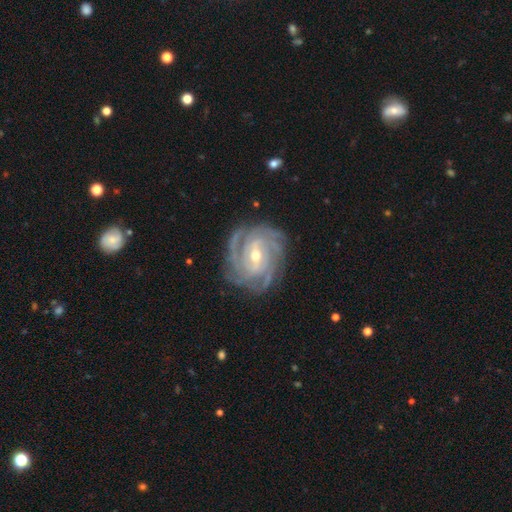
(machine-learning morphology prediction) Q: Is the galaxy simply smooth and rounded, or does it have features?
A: featured or disk — 91%.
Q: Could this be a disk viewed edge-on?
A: no — 97%.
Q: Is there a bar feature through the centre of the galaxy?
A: weak — 50%.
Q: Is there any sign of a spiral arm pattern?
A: yes — 98%.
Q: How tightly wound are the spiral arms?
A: tight — 74%.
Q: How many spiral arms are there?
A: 4 — 32%.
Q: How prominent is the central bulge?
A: moderate — 49%.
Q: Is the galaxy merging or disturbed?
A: none — 81%.